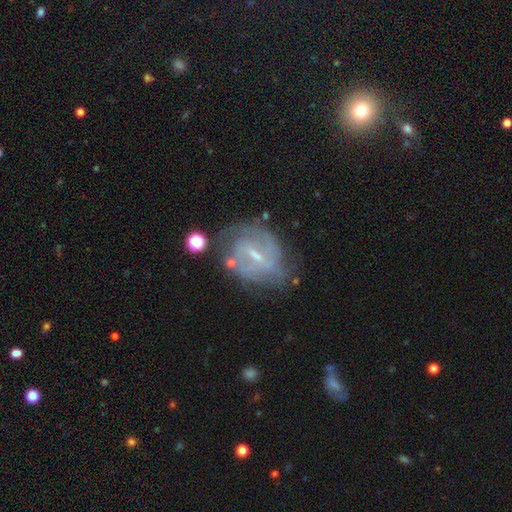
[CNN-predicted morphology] The model was most divided on "spiral winding": tight: 42%, medium: 39%, loose: 19%. Remaining: edge-on disk — no (96%); spiral arms — yes (79%); smooth or featured — featured or disk (75%); bulge size — small (64%); merging — none (59%); bar — weak (55%); spiral arm count — 2 (42%).